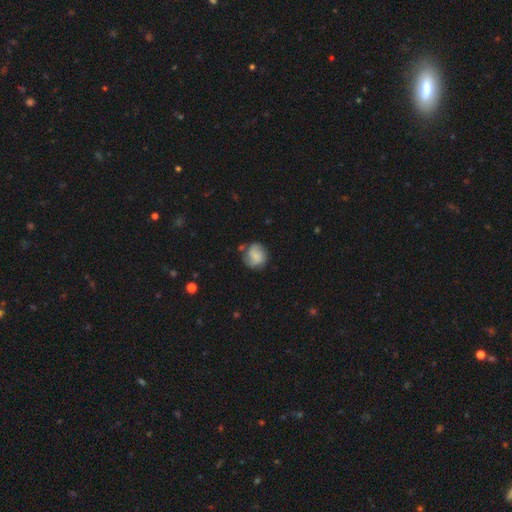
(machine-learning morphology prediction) This is possibly a smooth galaxy (57%). How rounded: clearly round (81%). Merging: likely none (62%).